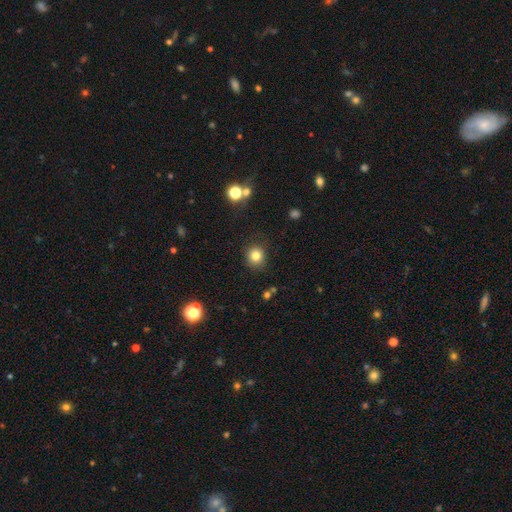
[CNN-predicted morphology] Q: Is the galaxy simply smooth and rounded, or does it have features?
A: smooth — 82%.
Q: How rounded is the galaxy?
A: round — 85%.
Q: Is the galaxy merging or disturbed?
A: none — 86%.